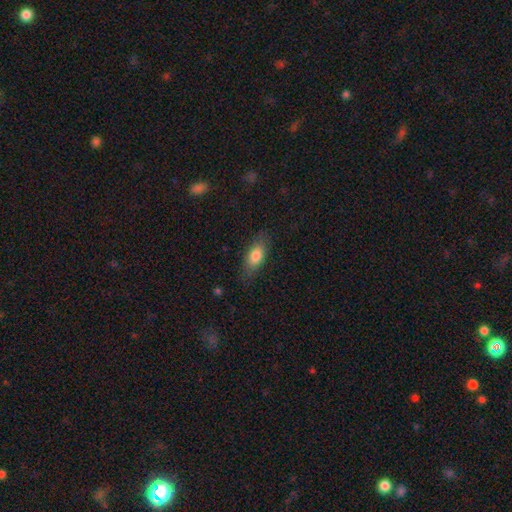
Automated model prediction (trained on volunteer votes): Smooth or featured: smooth — 78% (featured or disk — 14%)
How rounded: in between — 81% (cigar-shaped — 15%)
Merging: none — 79% (minor disturbance — 15%)